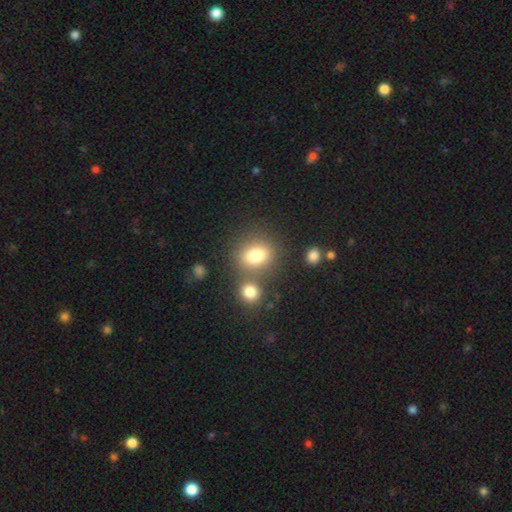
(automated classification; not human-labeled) smooth 79%, star or artifact 12%, featured or disk 9%. Down the decision tree: how rounded — round (59%); merging — none (59%).